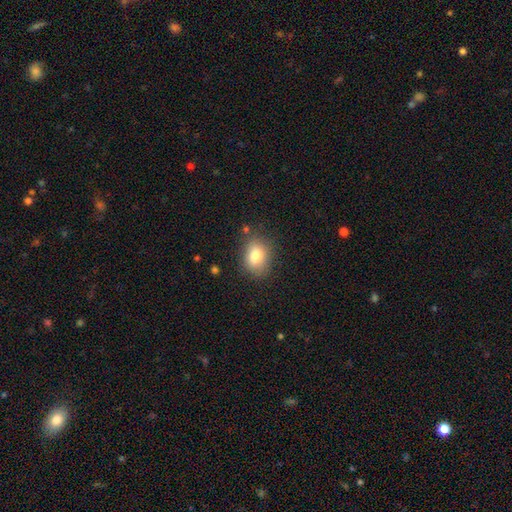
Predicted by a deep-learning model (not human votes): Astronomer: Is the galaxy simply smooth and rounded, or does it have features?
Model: smooth — 81%.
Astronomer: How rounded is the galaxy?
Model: in between — 68%.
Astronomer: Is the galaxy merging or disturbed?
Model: none — 78%.